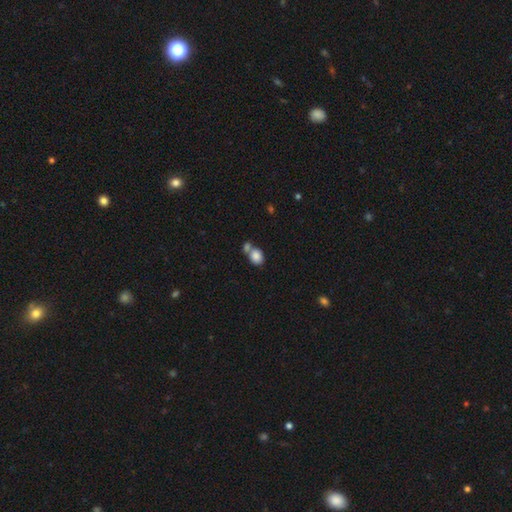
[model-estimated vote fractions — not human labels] A smooth galaxy with no disk features (85%) that is round (55%). Merging: merger (46%).